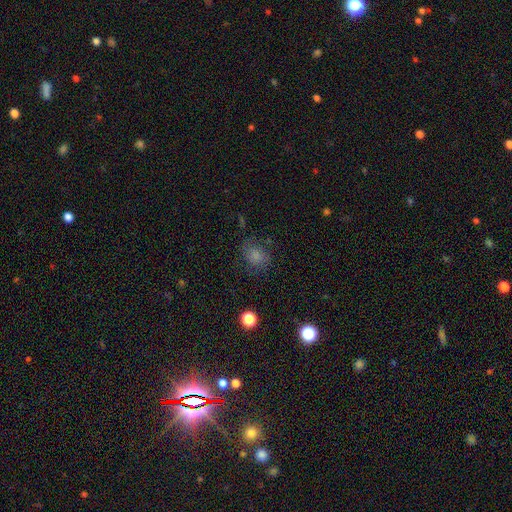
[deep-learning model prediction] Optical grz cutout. It shows a smooth galaxy with no disk features (75%) that is round (56%). Merging: none (69%).